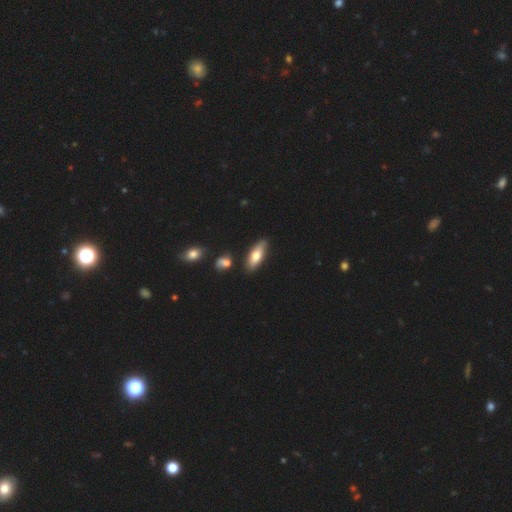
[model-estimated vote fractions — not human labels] This is likely a smooth galaxy (71%). How rounded: likely in between (69%). Merging: clearly none (82%).